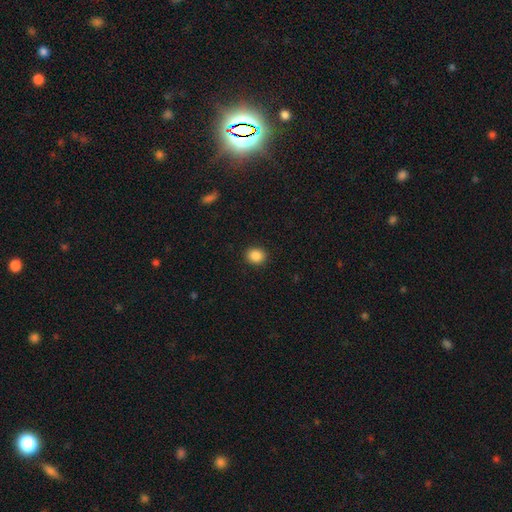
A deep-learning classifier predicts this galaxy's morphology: Smooth or featured: smooth — 87% (star or artifact — 10%)
How rounded: round — 73% (in between — 26%)
Merging: none — 91% (minor disturbance — 6%)